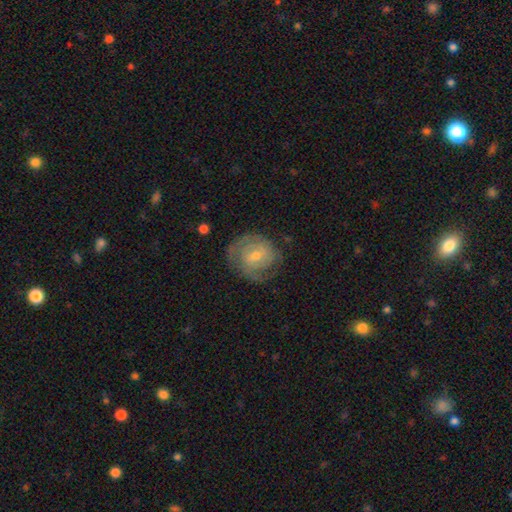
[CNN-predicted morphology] smooth-or-featured: featured or disk: 70% | smooth: 23% | star or artifact: 6%
  disk-edge-on: no: 97% | yes: 3%
    bar: no: 58% | weak: 35% | strong: 7%
    has-spiral-arms: yes: 86% | no: 14%
      spiral-winding: tight: 61% | medium: 29% | loose: 10%
      spiral-arm-count: 2: 48% | can't tell: 31% | 3: 9% | 1: 6% | 4: 3% | more than 4: 3%
    bulge-size: small: 51% | moderate: 45% | large: 2% | none: 1% | dominant: 1%
  merging: none: 69% | minor disturbance: 20% | major disturbance: 10% | merger: 1%